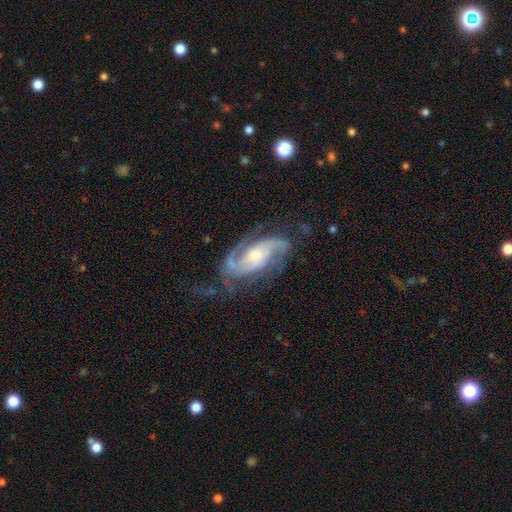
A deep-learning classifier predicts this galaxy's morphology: Smooth or featured? featured or disk (90%)
Edge-on disk? no (96%)
Bar? no (56%)
Spiral arms? yes (97%)
Spiral winding? medium (49%)
Spiral arm count? 2 (71%)
Bulge size? small (46%, tied with moderate)
Merging? none (63%)